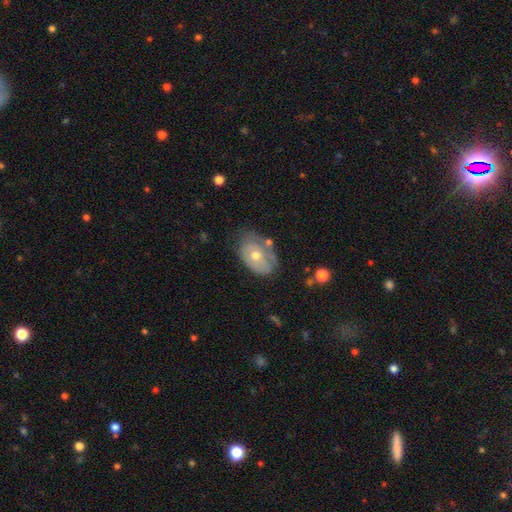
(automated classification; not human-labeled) This is possibly a featured or disk galaxy (49%). Merging: possibly none (54%).